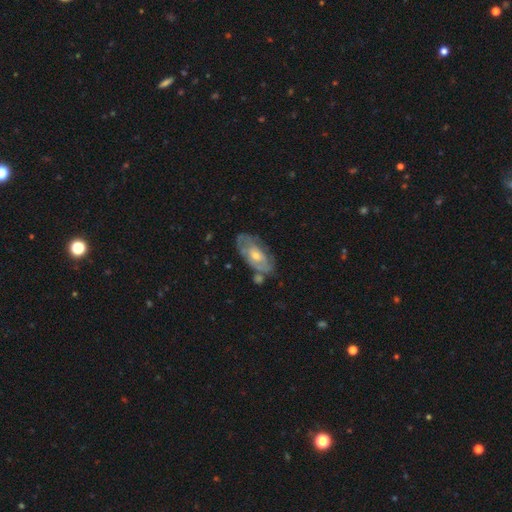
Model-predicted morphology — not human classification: This appears to be a featured or disk galaxy (64%) with no bar (75%), spiral arms (61%) and a moderate central bulge (56%). Merging: none (63%).